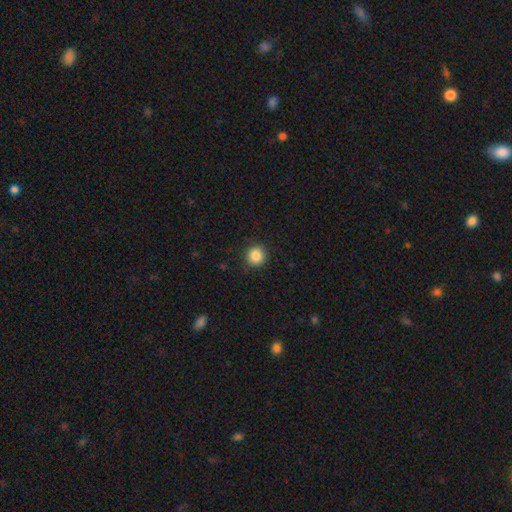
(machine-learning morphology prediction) Smooth or featured?
  - smooth: 86% *
  - star or artifact: 10%
  - featured or disk: 4%
How rounded?
  - round: 94% *
  - in between: 5%
  - cigar-shaped: 1%
Merging?
  - none: 90% *
  - minor disturbance: 7%
  - major disturbance: 2%
  - merger: 1%